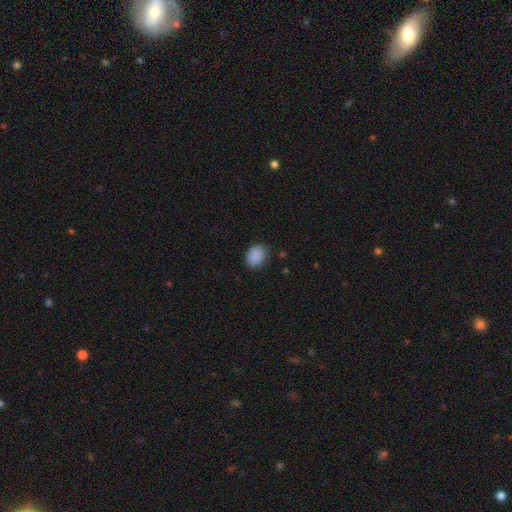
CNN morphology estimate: This is clearly a smooth galaxy (89%). How rounded: possibly in between (54%). Merging: clearly none (83%).